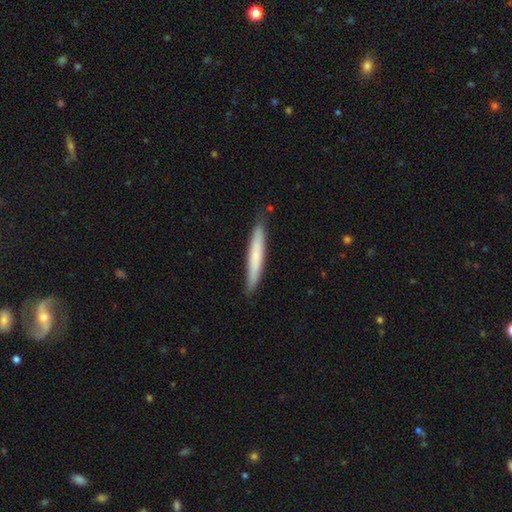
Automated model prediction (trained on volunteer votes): smooth 68%, featured or disk 27%, star or artifact 5%. Down the decision tree: how rounded — cigar-shaped (95%); merging — none (86%).